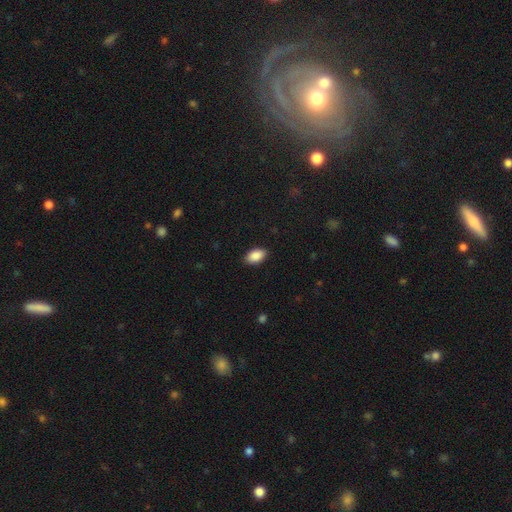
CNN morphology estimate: Overall: smooth (89%). How rounded: in between (93%). Merging: none (88%).